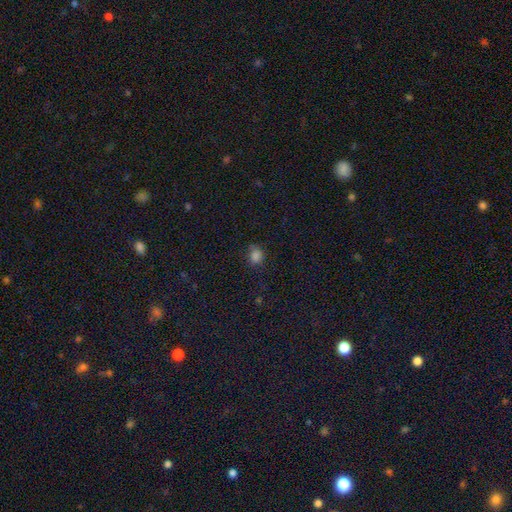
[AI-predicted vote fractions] A smooth galaxy with no disk features (78%) that is in between round and cigar-shaped (50%).

Vote fractions:
- Smooth or featured? smooth: 78% / star or artifact: 17% / featured or disk: 5%
- How rounded? in between: 50% / round: 49% / cigar-shaped: 1%
- Merging? none: 65% / minor disturbance: 25% / major disturbance: 8% / merger: 3%